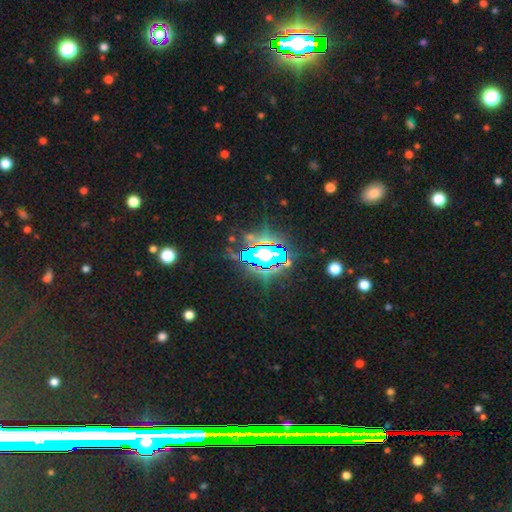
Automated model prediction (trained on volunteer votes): This appears to be a star or artifact, not a galaxy (82%).